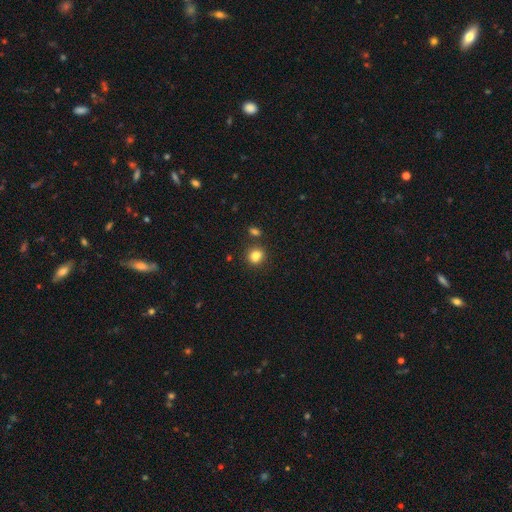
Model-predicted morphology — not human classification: smooth_or_featured: smooth (p=0.83) [alt: star or artifact p=0.11]
how_rounded: round (p=0.76) [alt: in between p=0.23]
merging: none (p=0.80) [alt: minor disturbance p=0.09]